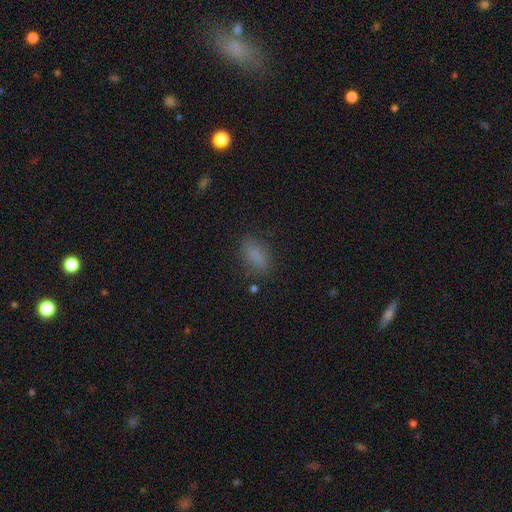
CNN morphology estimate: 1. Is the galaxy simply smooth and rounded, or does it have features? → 81% smooth, 12% star or artifact, 7% featured or disk.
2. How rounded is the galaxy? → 83% in between, 12% cigar-shaped, 6% round.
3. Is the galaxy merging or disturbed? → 78% none, 15% minor disturbance, 6% major disturbance, 2% merger.